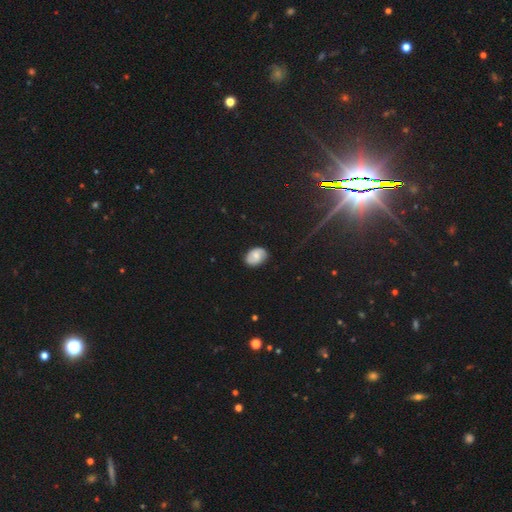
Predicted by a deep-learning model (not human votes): A smooth galaxy with no disk features (55%) that is in between round and cigar-shaped (76%). Merging: none (82%).